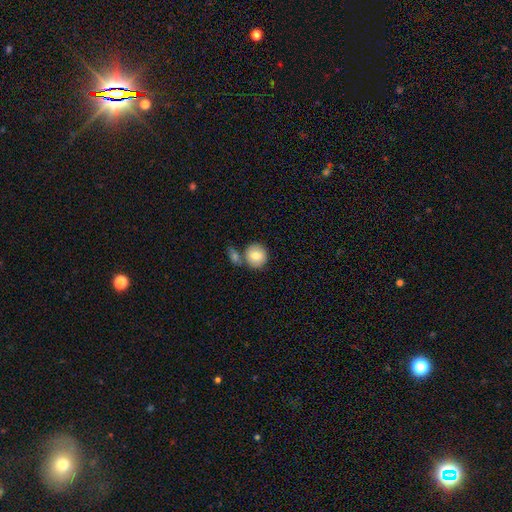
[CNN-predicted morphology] smooth-or-featured: smooth: 80% | featured or disk: 13% | star or artifact: 7%
  how-rounded: round: 90% | in between: 9% | cigar-shaped: 1%
  merging: none: 62% | merger: 24% | minor disturbance: 11% | major disturbance: 3%